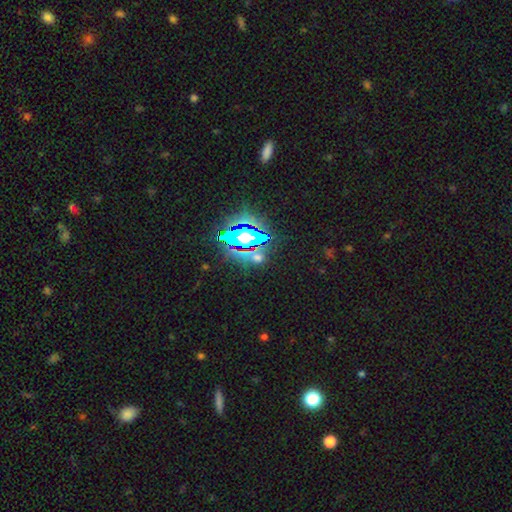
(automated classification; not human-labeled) Overall: star or artifact (68%).